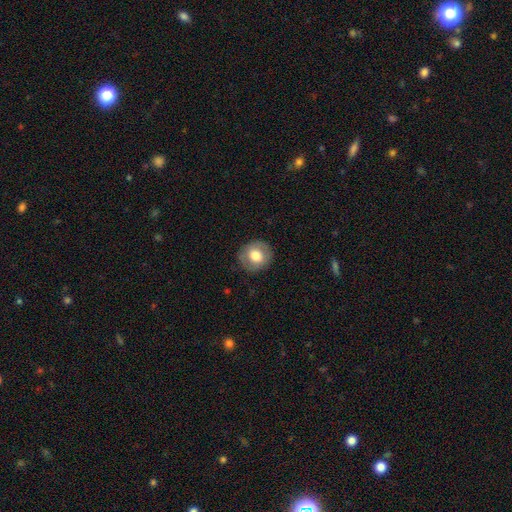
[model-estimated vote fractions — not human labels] This appears to be a smooth galaxy with no disk features (70%) that is round (85%). Merging: none (86%).